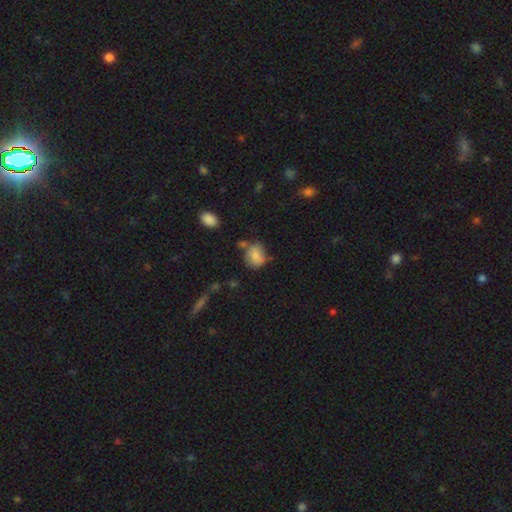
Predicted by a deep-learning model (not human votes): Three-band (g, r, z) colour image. It shows a smooth galaxy with no disk features (75%) that is round (56%). Merging: none (51%).